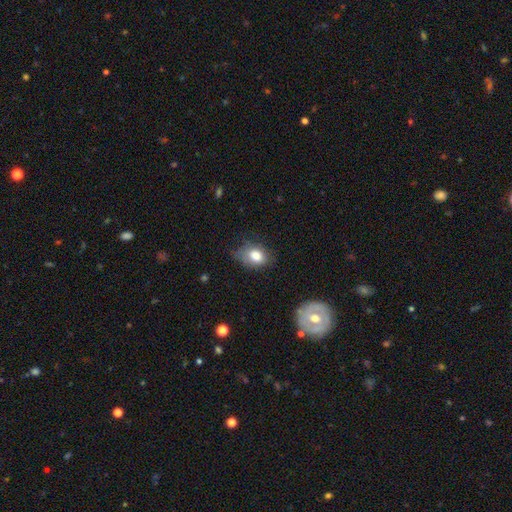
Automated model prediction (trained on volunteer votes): Q: Smooth or featured?
A: smooth (79%); runner-up: featured or disk (12%)
Q: How rounded?
A: in between (73%); runner-up: round (25%)
Q: Merging?
A: none (52%); runner-up: minor disturbance (33%)